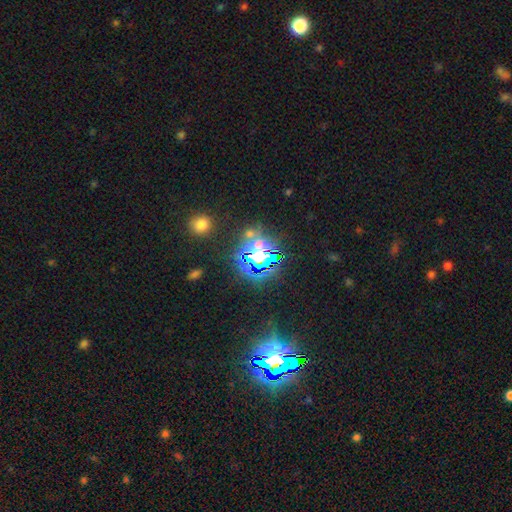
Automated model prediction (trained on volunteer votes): smooth_or_featured: star or artifact (p=0.78) [alt: smooth p=0.13]